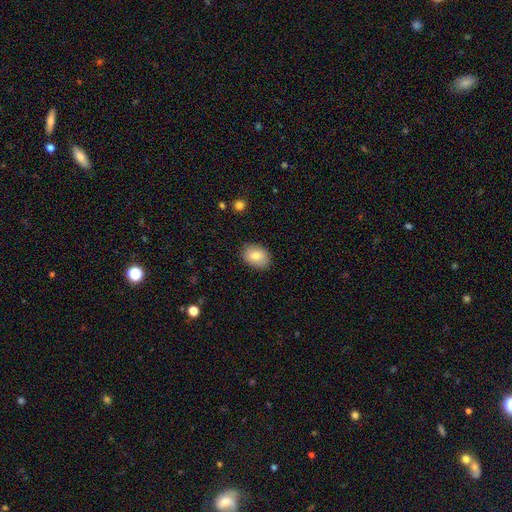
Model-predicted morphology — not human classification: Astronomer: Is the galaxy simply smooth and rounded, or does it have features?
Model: smooth — 81%.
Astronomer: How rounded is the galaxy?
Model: in between — 73%.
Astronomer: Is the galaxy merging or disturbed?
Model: none — 87%.